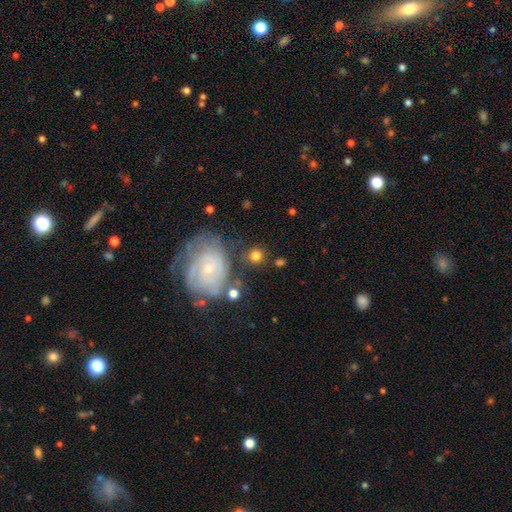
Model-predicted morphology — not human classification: Smooth or featured? smooth (67%)
How rounded? round (86%)
Merging? none (74%)